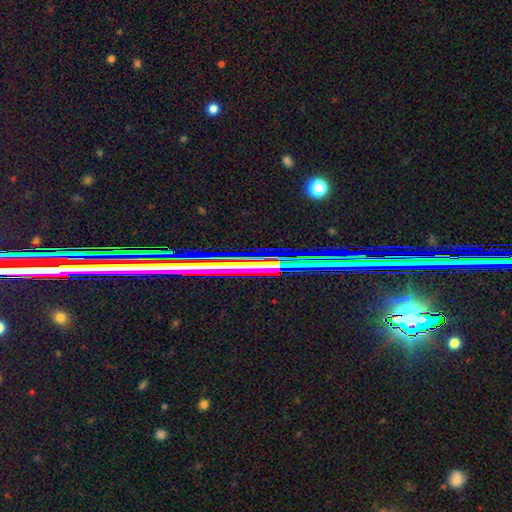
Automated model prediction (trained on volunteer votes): A star or artifact, not a galaxy (67%).